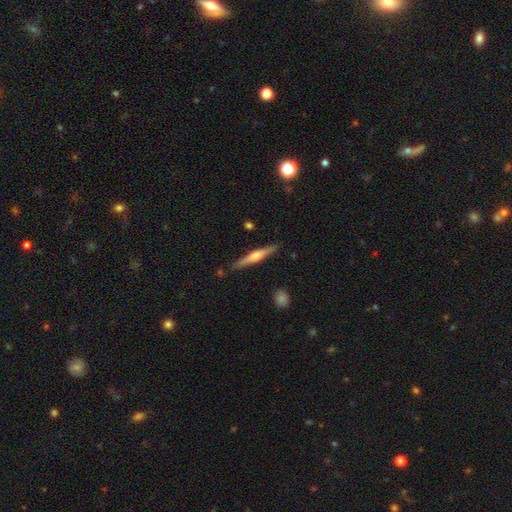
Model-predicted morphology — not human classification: Smooth or featured? Predicted: featured or disk (p=0.60). Edge-on disk? Predicted: yes (p=0.97). Edge-on bulge? Predicted: rounded (p=0.80). Merging? Predicted: none (p=0.87).